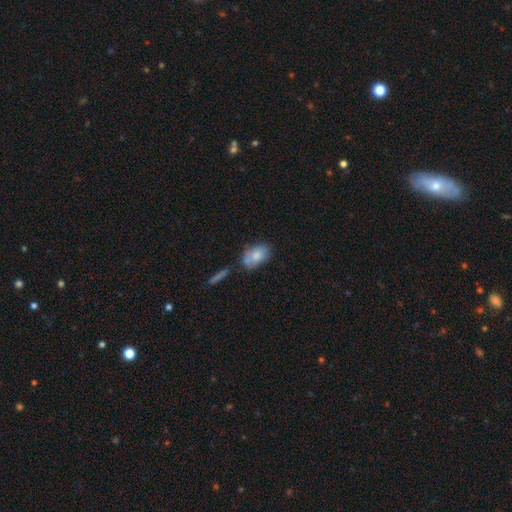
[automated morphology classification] Smooth or featured? Predicted: smooth (p=0.74). How rounded? Predicted: in between (p=0.89). Merging? Predicted: none (p=0.53).